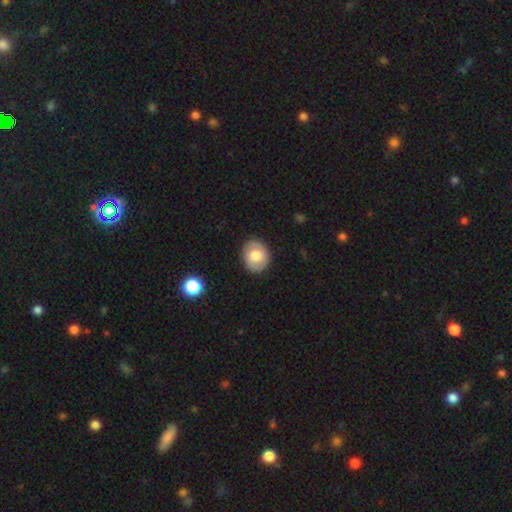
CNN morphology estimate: smooth 70%, featured or disk 23%, star or artifact 7%. Down the decision tree: how rounded — round (60%); merging — none (87%).